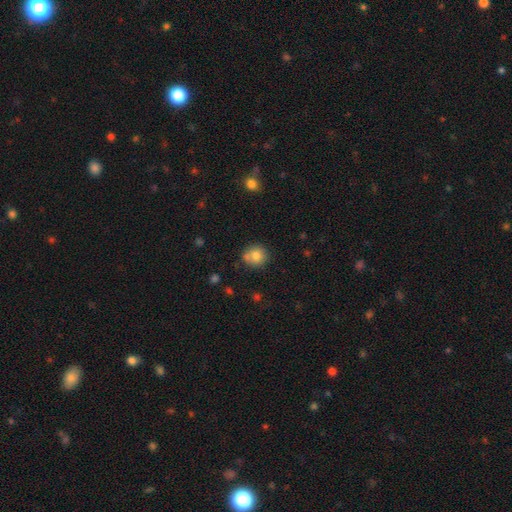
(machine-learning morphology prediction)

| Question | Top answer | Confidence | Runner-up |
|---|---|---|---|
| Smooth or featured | smooth | 78% | featured or disk (12%) |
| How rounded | round | 85% | in between (14%) |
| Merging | none | 65% | merger (17%) |